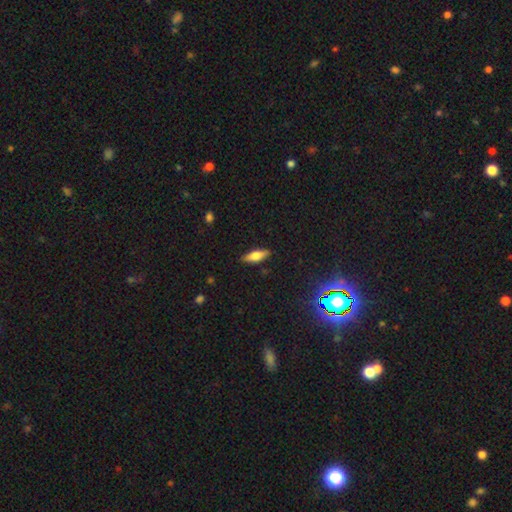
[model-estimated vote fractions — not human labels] Q: Smooth or featured?
A: smooth (59%); runner-up: featured or disk (33%)
Q: How rounded?
A: in between (56%); runner-up: cigar-shaped (41%)
Q: Merging?
A: none (87%); runner-up: minor disturbance (10%)